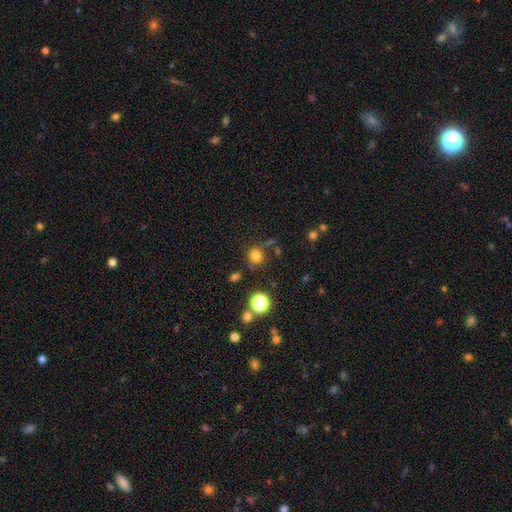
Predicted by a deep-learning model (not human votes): Smooth or featured?
  - smooth: 77% *
  - star or artifact: 17%
  - featured or disk: 6%
How rounded?
  - round: 83% *
  - in between: 16%
  - cigar-shaped: 1%
Merging?
  - none: 73% *
  - minor disturbance: 14%
  - merger: 7%
  - major disturbance: 6%